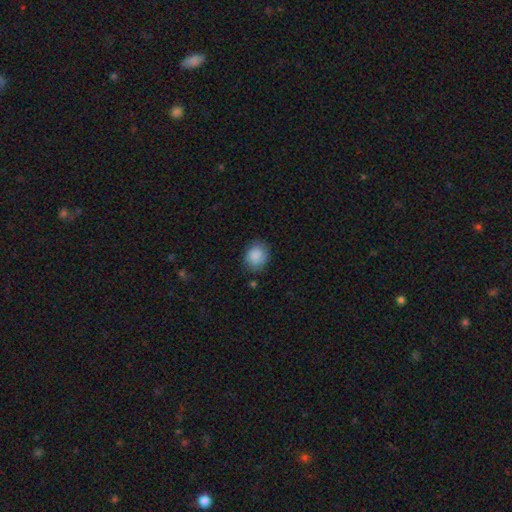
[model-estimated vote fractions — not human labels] Smooth or featured? smooth (86%)
How rounded? round (57%)
Merging? none (76%)